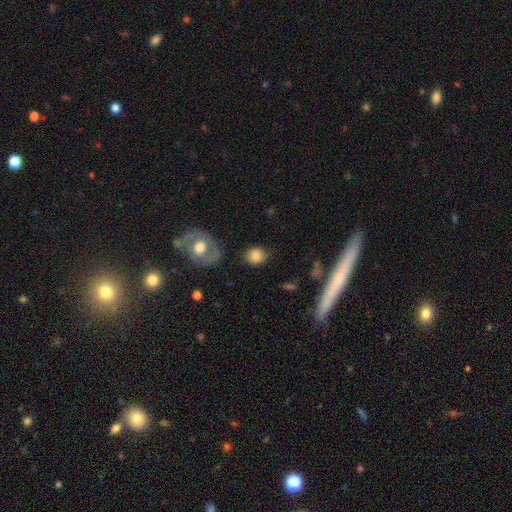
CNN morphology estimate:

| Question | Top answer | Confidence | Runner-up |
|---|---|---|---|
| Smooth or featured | smooth | 80% | featured or disk (12%) |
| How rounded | round | 64% | in between (35%) |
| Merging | none | 78% | minor disturbance (15%) |